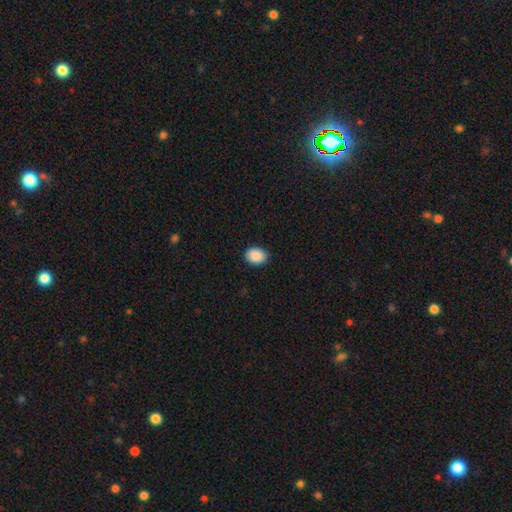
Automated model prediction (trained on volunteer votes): smooth-or-featured: smooth: 90% | star or artifact: 7% | featured or disk: 3%
  how-rounded: in between: 67% | round: 32% | cigar-shaped: 1%
  merging: none: 89% | minor disturbance: 8% | major disturbance: 2% | merger: 1%